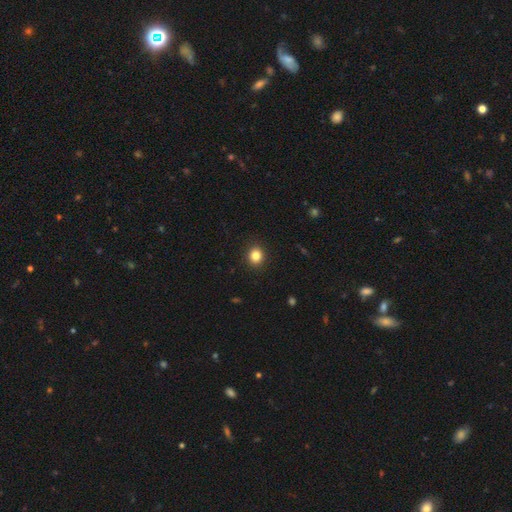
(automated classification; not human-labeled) Smooth or featured: smooth — 84% (star or artifact — 11%)
How rounded: round — 80% (in between — 19%)
Merging: none — 91% (minor disturbance — 6%)